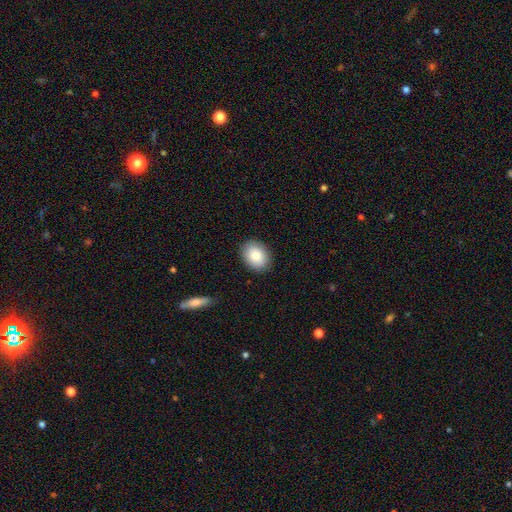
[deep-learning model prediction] Morphology: type=smooth (85%); roundness=in between (65%); merging=none (89%).